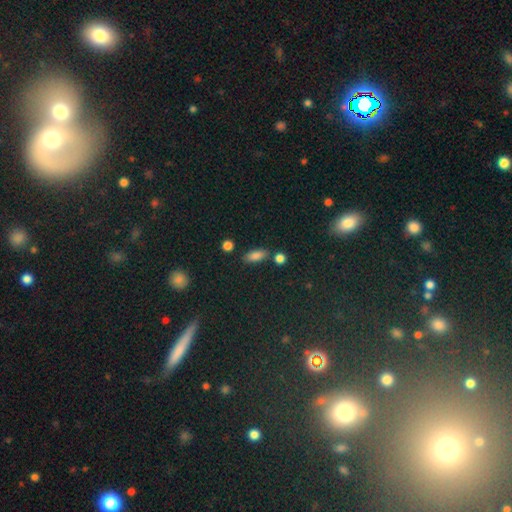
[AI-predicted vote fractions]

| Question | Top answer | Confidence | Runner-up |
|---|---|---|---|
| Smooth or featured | smooth | 83% | star or artifact (10%) |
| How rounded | in between | 75% | cigar-shaped (21%) |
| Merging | none | 76% | minor disturbance (13%) |